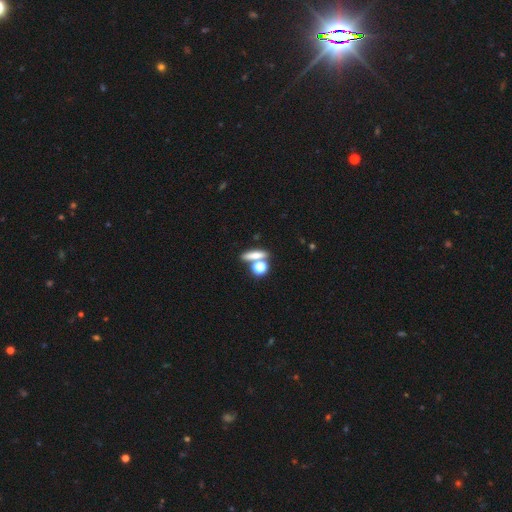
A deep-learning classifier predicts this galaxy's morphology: smooth_or_featured: smooth (p=0.63) [alt: featured or disk p=0.20]
how_rounded: cigar-shaped (p=0.38) [alt: round p=0.31]
merging: none (p=0.61) [alt: merger p=0.25]